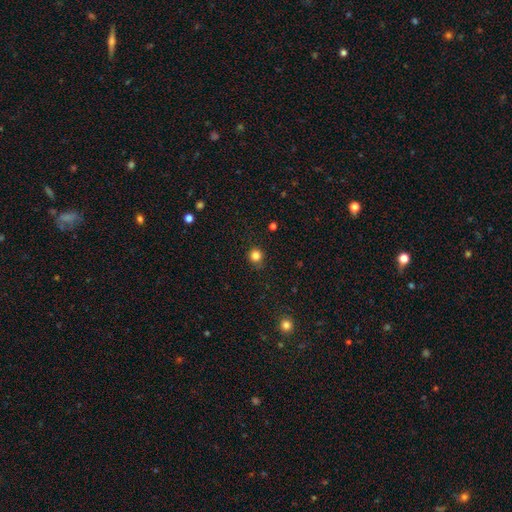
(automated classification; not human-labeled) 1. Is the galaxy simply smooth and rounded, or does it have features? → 83% smooth, 13% star or artifact, 4% featured or disk.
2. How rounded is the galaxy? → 91% round, 8% in between, 1% cigar-shaped.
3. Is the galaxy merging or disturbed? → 85% none, 11% minor disturbance, 3% major disturbance, 1% merger.